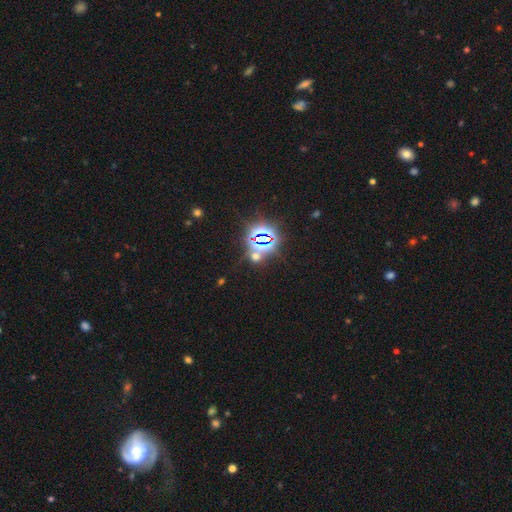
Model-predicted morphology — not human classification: smooth-or-featured: star or artifact: 70% | smooth: 23% | featured or disk: 7%